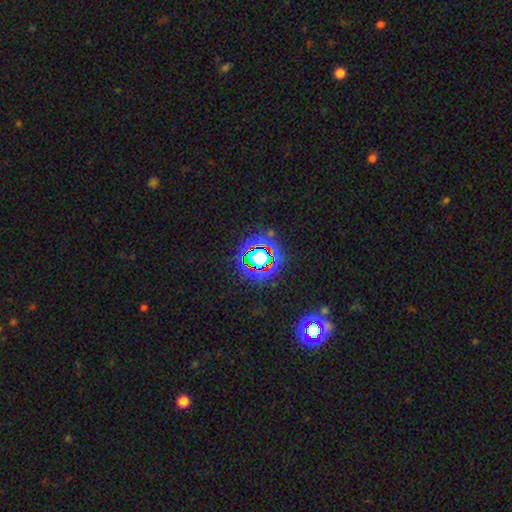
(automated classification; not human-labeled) Smooth or featured?
  - star or artifact: 78% *
  - smooth: 13%
  - featured or disk: 10%